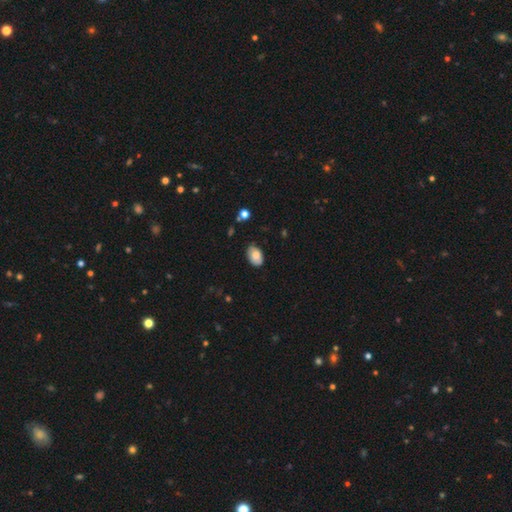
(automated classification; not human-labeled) This appears to be a smooth galaxy with no disk features (78%) that is in between round and cigar-shaped (90%). Merging: none (78%).